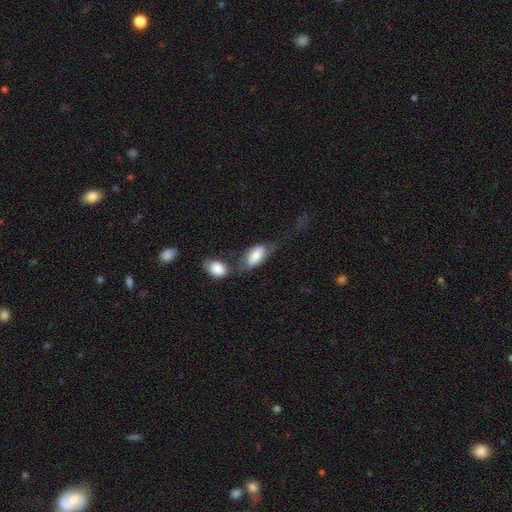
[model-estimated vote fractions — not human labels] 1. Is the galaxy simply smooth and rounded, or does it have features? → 74% smooth, 20% featured or disk, 7% star or artifact.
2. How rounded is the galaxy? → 91% in between, 6% cigar-shaped, 4% round.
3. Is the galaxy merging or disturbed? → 35% merger, 26% none, 23% major disturbance, 16% minor disturbance.